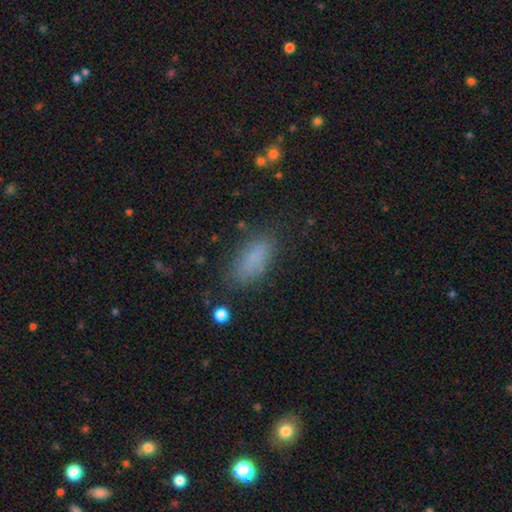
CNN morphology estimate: A smooth galaxy with no disk features (81%) that is in between round and cigar-shaped (82%). Merging: none (76%).